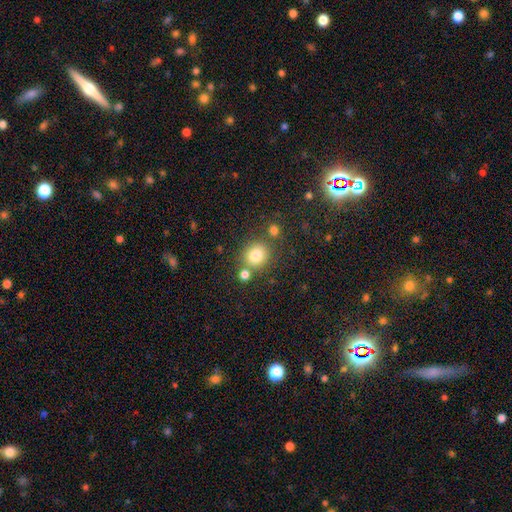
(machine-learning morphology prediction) A smooth galaxy with no disk features (80%) that is round (82%). Merging: none (73%).